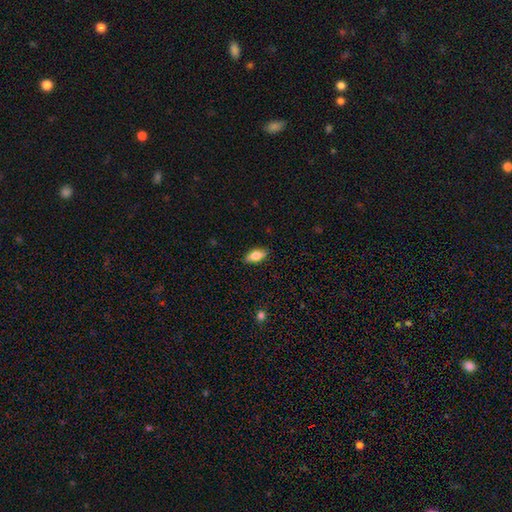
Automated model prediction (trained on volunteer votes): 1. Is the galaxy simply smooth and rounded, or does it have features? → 76% smooth, 17% featured or disk, 7% star or artifact.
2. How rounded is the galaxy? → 86% in between, 11% cigar-shaped, 3% round.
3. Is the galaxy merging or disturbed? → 88% none, 9% minor disturbance, 2% major disturbance, 1% merger.